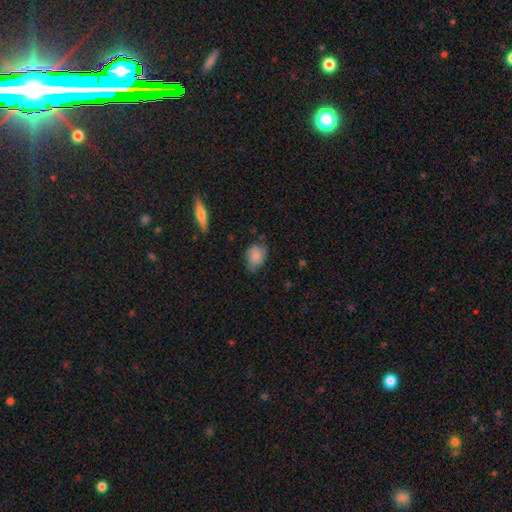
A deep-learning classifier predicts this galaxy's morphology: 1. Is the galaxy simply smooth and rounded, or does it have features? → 78% smooth, 14% featured or disk, 8% star or artifact.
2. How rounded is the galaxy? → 73% in between, 25% round, 2% cigar-shaped.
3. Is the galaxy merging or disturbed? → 57% none, 32% minor disturbance, 9% major disturbance, 2% merger.